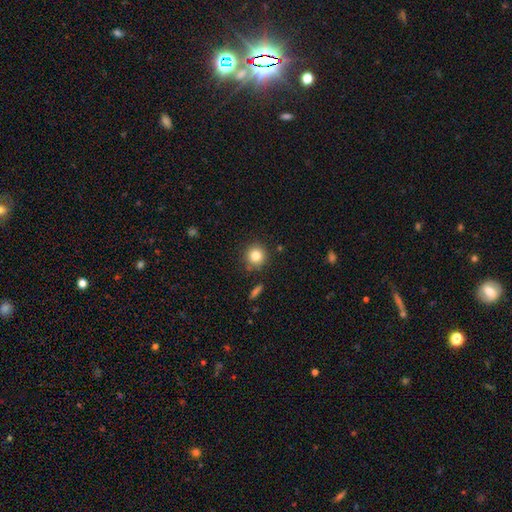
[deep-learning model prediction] Morphology: type=smooth (82%); roundness=round (93%); merging=none (86%).